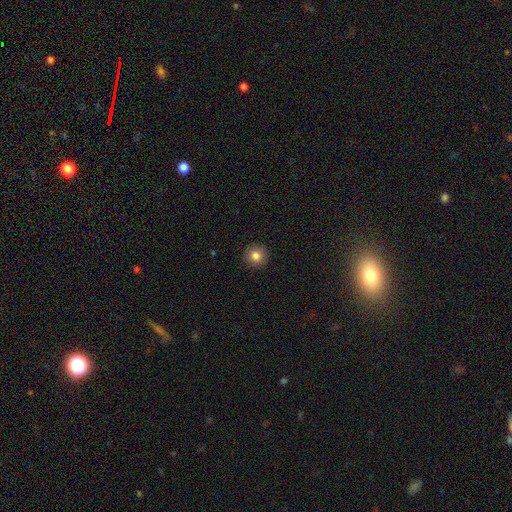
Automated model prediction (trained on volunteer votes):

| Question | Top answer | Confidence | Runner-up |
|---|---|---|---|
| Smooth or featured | smooth | 83% | star or artifact (10%) |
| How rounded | round | 91% | in between (8%) |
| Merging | none | 91% | minor disturbance (6%) |